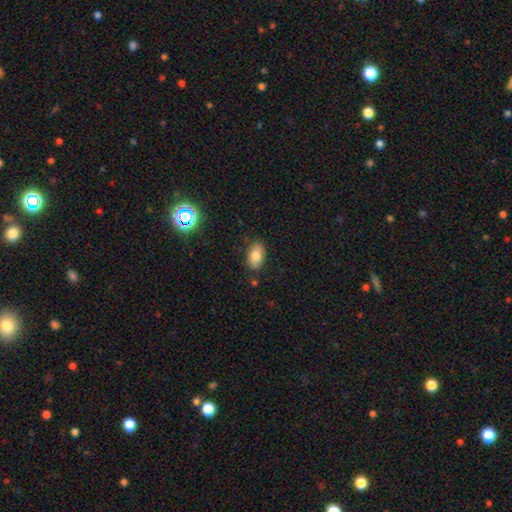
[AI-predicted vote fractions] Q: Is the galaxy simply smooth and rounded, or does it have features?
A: smooth — 80%.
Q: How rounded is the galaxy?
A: in between — 91%.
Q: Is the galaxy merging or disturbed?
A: none — 83%.